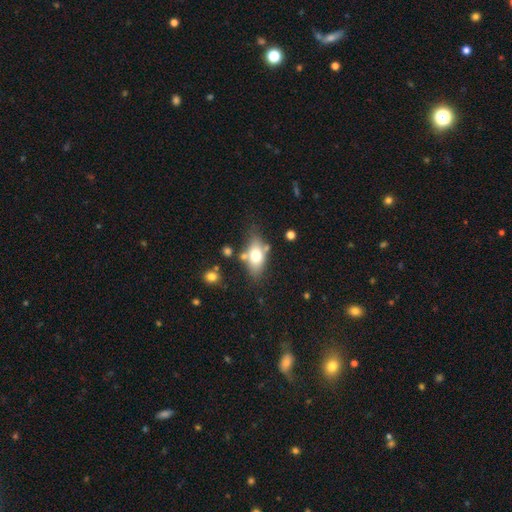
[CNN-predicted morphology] This is likely a smooth galaxy (67%). How rounded: clearly in between (84%). Merging: likely none (66%).